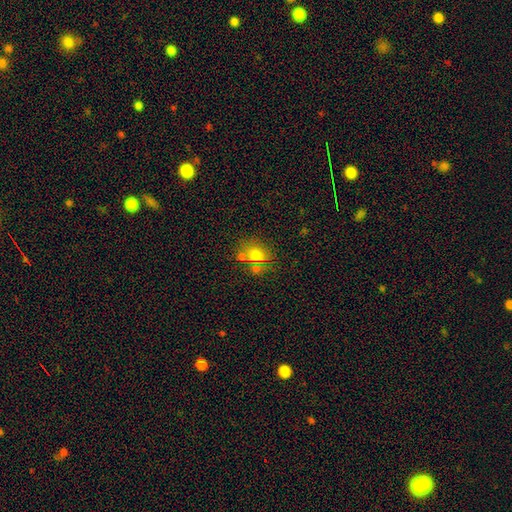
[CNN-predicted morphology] type=smooth (71%); roundness=round (62%); merging=none (56%).